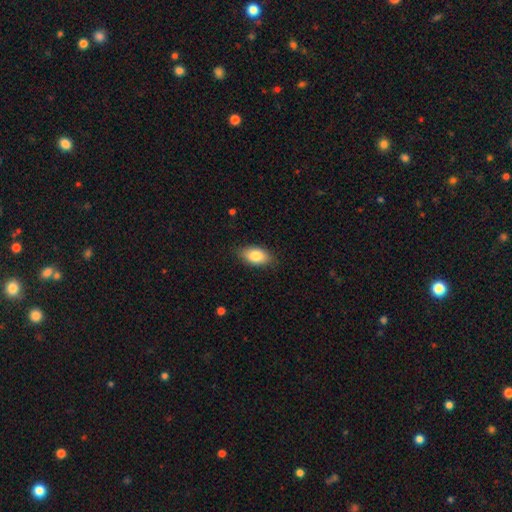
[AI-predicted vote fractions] smooth_or_featured: smooth (p=0.85) [alt: featured or disk p=0.09]
how_rounded: in between (p=0.91) [alt: round p=0.05]
merging: none (p=0.85) [alt: minor disturbance p=0.12]